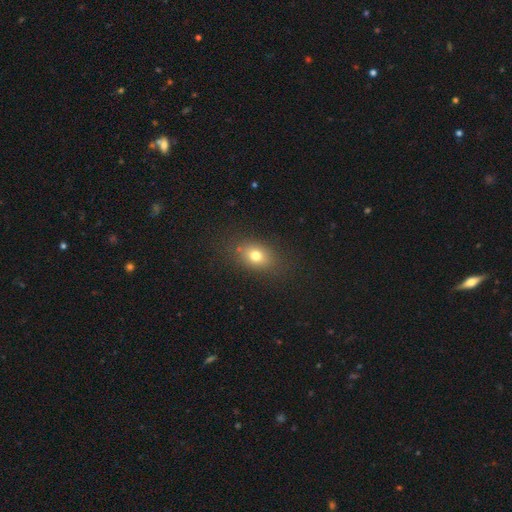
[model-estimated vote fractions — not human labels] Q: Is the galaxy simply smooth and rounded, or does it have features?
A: smooth — 75%.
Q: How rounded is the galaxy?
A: in between — 67%.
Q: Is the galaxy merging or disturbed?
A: none — 81%.